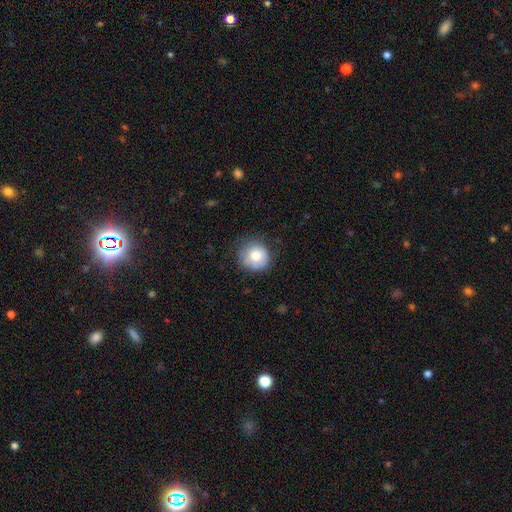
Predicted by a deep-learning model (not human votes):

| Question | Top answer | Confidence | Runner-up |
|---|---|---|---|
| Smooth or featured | smooth | 76% | featured or disk (16%) |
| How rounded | round | 90% | in between (9%) |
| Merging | none | 68% | minor disturbance (23%) |